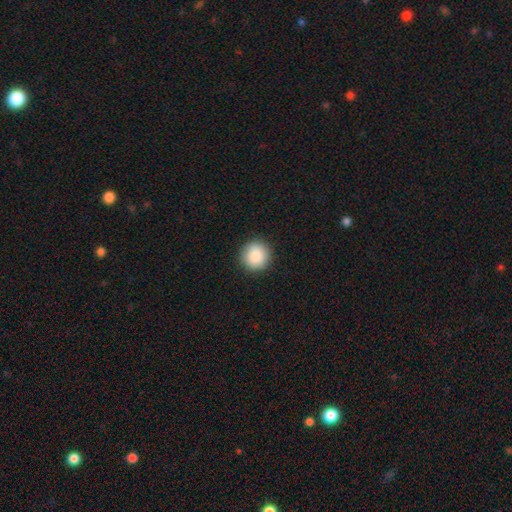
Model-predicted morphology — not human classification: A smooth galaxy with no disk features (88%) that is round (95%). Merging: none (92%).